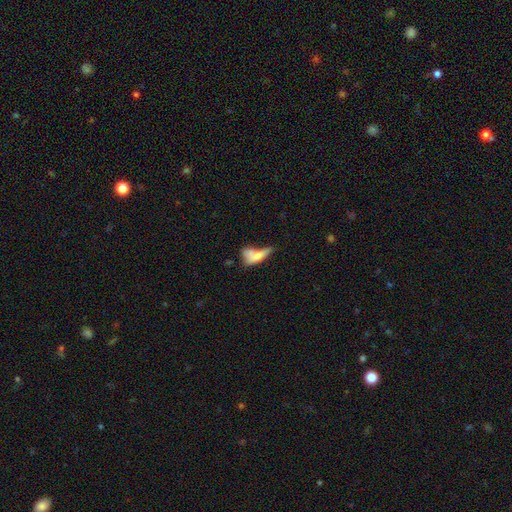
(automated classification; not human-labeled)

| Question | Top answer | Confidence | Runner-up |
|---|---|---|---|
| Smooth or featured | smooth | 60% | featured or disk (30%) |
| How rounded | in between | 55% | cigar-shaped (39%) |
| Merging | merger | 36% | none (25%) |